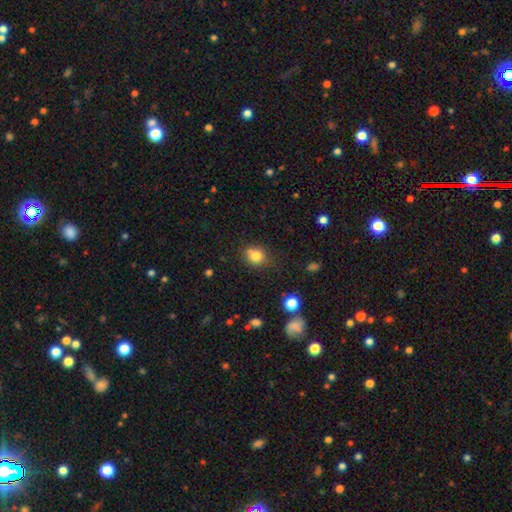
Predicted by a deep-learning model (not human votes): Q: Smooth or featured?
A: smooth (78%); runner-up: star or artifact (13%)
Q: How rounded?
A: round (73%); runner-up: in between (26%)
Q: Merging?
A: none (63%); runner-up: minor disturbance (17%)